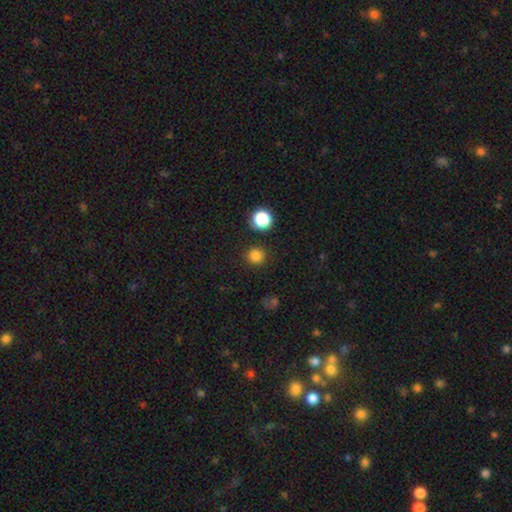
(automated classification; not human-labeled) Smooth or featured: smooth — 81% (star or artifact — 16%)
How rounded: round — 95% (in between — 4%)
Merging: none — 90% (minor disturbance — 6%)